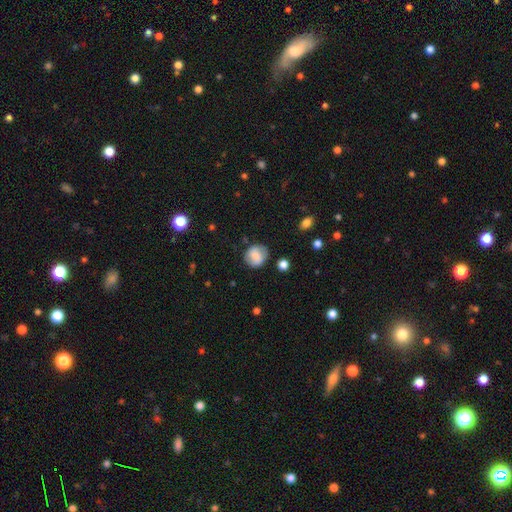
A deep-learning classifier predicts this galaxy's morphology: smooth_or_featured: smooth (p=0.71) [alt: featured or disk p=0.21]
how_rounded: round (p=0.81) [alt: in between p=0.18]
merging: none (p=0.77) [alt: minor disturbance p=0.16]